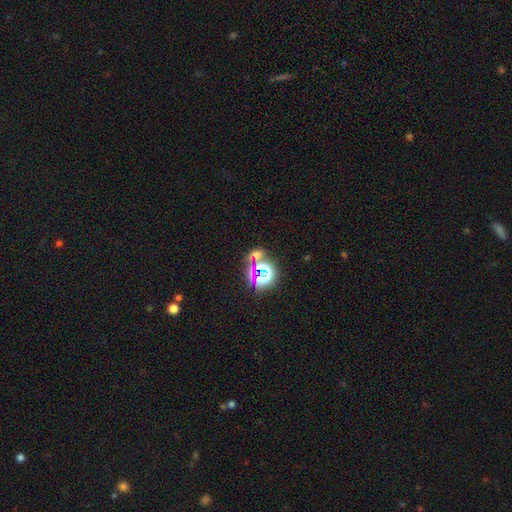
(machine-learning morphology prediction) Smooth or featured: star or artifact — 58% (smooth — 31%)